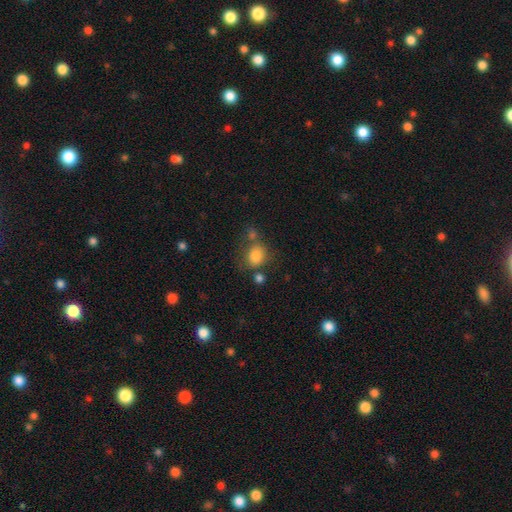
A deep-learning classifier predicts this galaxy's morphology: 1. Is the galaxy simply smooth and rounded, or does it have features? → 83% smooth, 11% star or artifact, 6% featured or disk.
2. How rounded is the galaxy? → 59% round, 40% in between, 1% cigar-shaped.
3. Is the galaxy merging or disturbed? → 55% none, 19% merger, 17% minor disturbance, 9% major disturbance.